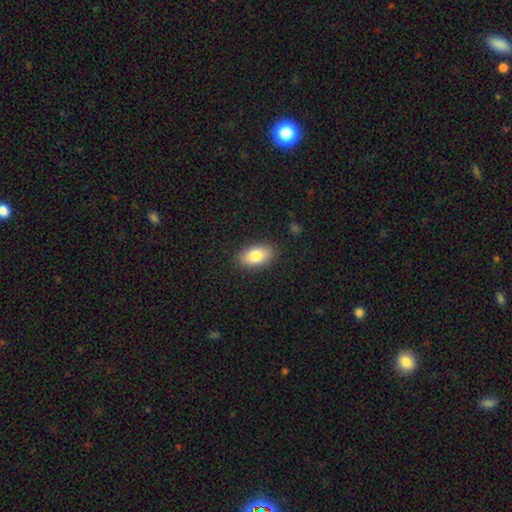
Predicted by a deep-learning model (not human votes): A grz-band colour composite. It shows a smooth galaxy with no disk features (83%) that is in between round and cigar-shaped (92%). Merging: none (87%).